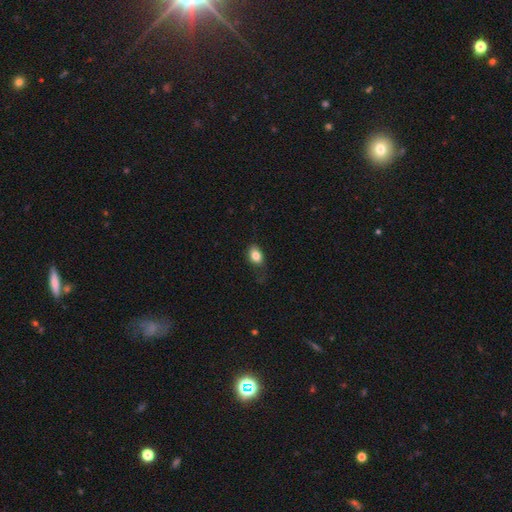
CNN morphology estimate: smooth-or-featured: smooth: 83% | star or artifact: 9% | featured or disk: 8%
  how-rounded: in between: 81% | round: 17% | cigar-shaped: 2%
  merging: none: 71% | minor disturbance: 21% | major disturbance: 7% | merger: 1%